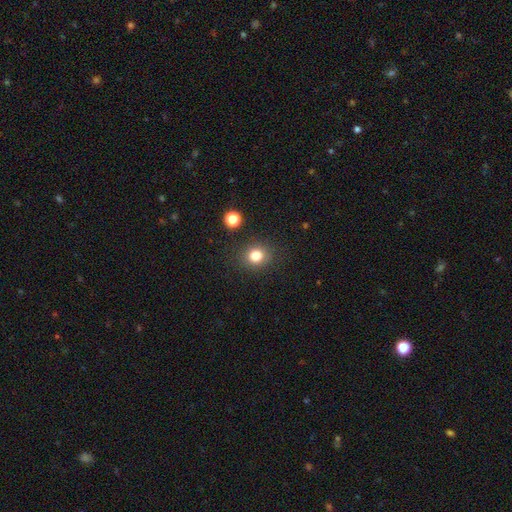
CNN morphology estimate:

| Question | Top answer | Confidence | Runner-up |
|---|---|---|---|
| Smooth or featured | smooth | 81% | star or artifact (13%) |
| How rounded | round | 75% | in between (24%) |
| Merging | none | 85% | minor disturbance (9%) |